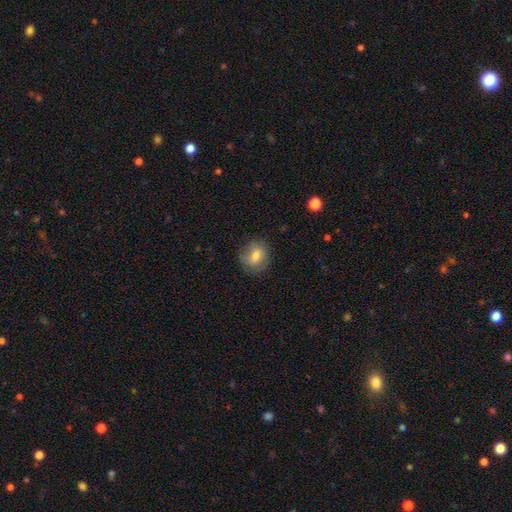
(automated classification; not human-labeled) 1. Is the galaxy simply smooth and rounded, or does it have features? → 76% smooth, 14% featured or disk, 9% star or artifact.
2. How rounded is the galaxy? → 78% round, 21% in between, 1% cigar-shaped.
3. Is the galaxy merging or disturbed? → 80% none, 15% minor disturbance, 4% major disturbance, 1% merger.